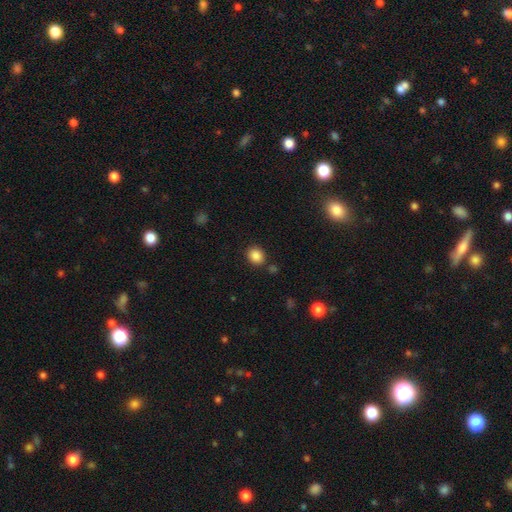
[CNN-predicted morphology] type=smooth (87%); roundness=round (62%); merging=none (83%).